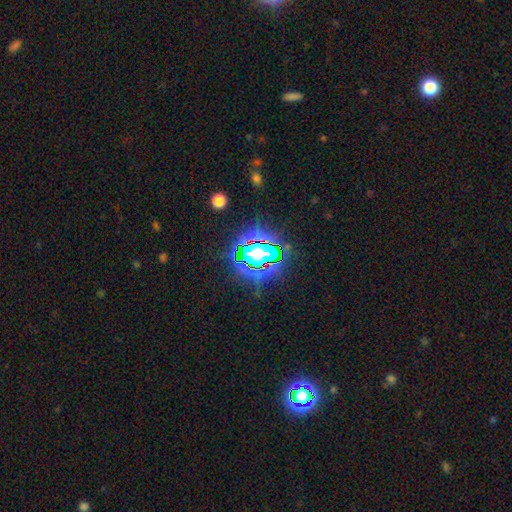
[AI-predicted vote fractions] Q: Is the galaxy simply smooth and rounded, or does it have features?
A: star or artifact — 76%.